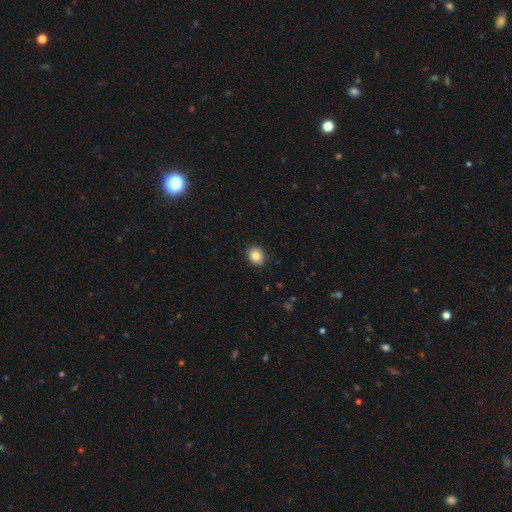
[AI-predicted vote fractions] Q: Smooth or featured?
A: smooth (86%); runner-up: star or artifact (9%)
Q: How rounded?
A: round (55%); runner-up: in between (45%)
Q: Merging?
A: none (89%); runner-up: minor disturbance (8%)